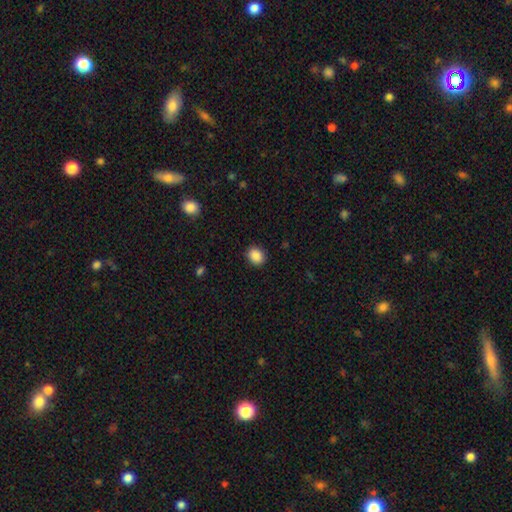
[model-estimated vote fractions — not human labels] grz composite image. It shows a smooth galaxy with no disk features (88%) that is round (52%). Merging: none (89%).